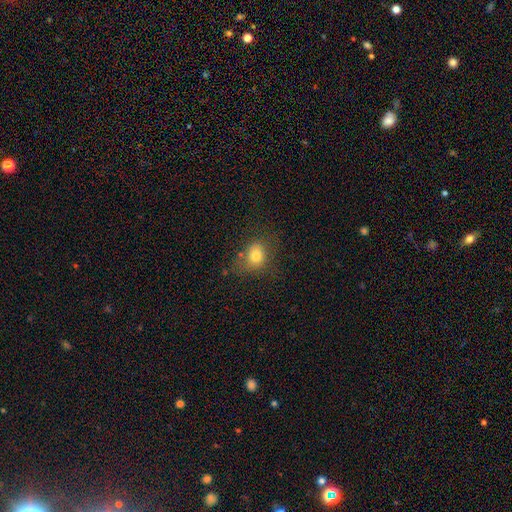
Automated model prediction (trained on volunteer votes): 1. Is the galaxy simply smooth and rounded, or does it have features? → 76% smooth, 12% star or artifact, 12% featured or disk.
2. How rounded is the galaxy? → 51% in between, 48% round, 1% cigar-shaped.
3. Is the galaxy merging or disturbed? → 58% none, 25% minor disturbance, 13% major disturbance, 5% merger.